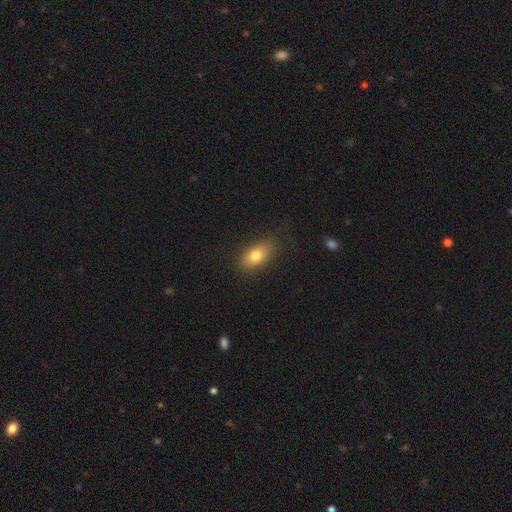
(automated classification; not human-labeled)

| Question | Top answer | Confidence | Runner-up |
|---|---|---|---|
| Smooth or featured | smooth | 79% | featured or disk (12%) |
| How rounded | in between | 86% | round (8%) |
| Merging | none | 80% | minor disturbance (14%) |